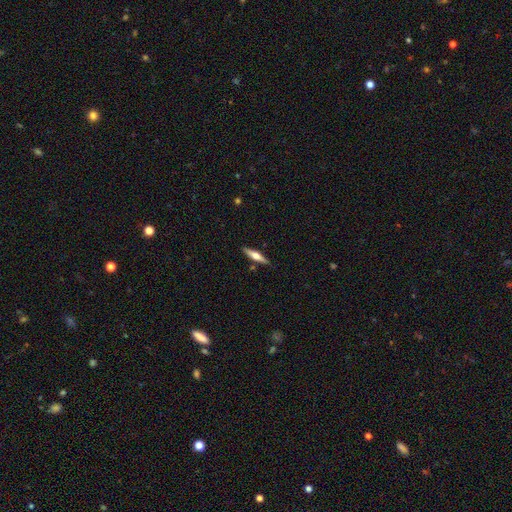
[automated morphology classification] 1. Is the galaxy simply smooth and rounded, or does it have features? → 59% featured or disk, 35% smooth, 6% star or artifact.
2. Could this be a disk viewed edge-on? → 96% yes, 4% no.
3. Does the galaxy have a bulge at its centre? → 91% rounded, 5% boxy, 3% none.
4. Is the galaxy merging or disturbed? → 87% none, 9% minor disturbance, 2% merger, 2% major disturbance.